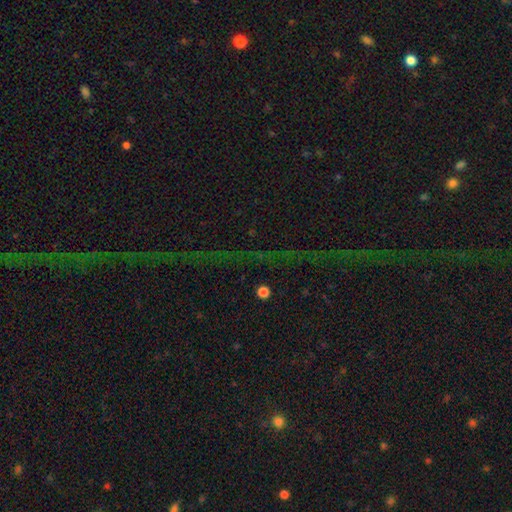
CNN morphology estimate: Overall: star or artifact (75%).